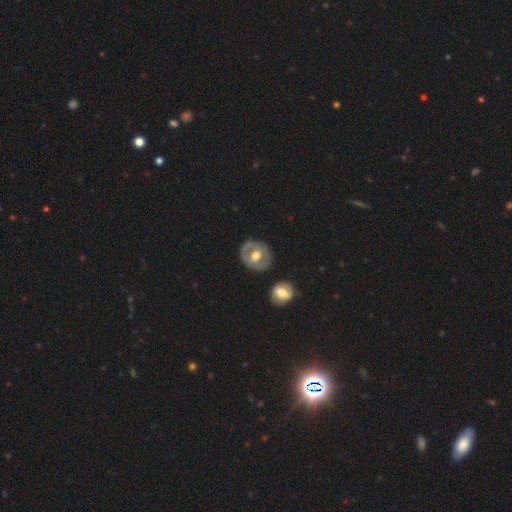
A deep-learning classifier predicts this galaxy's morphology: smooth_or_featured: featured or disk (p=0.49) [alt: smooth p=0.45]
merging: none (p=0.78) [alt: minor disturbance p=0.14]